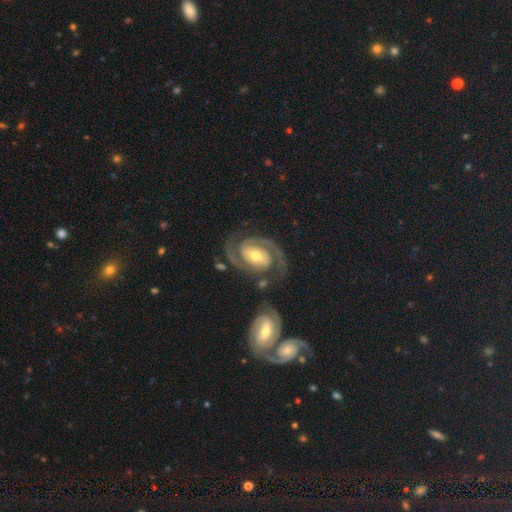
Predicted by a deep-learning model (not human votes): A featured or disk galaxy (92%) with no bar (40%), 2 (93%) tight (54%) spiral arms (98%) and a moderate central bulge (67%). Merging: none (72%).